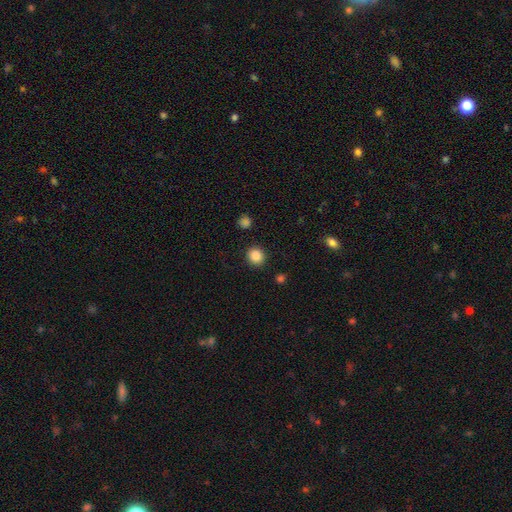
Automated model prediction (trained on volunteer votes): A smooth galaxy with no disk features (85%) that is round (87%). Merging: none (90%).